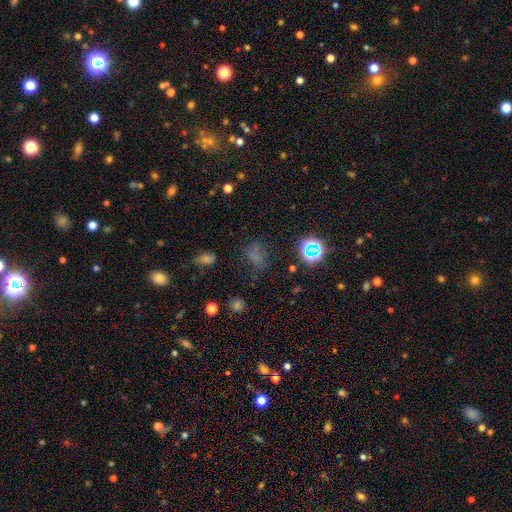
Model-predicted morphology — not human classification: smooth 55%, star or artifact 35%, featured or disk 10%. Down the decision tree: how rounded — round (54%); merging — none (60%).